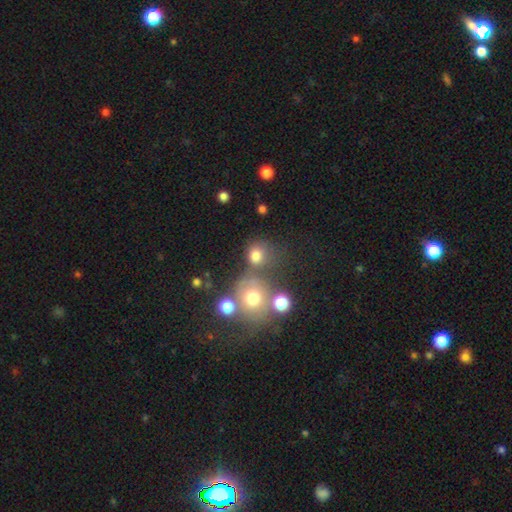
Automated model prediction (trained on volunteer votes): This is likely a smooth galaxy (75%). How rounded: clearly round (82%). Merging: likely none (60%).